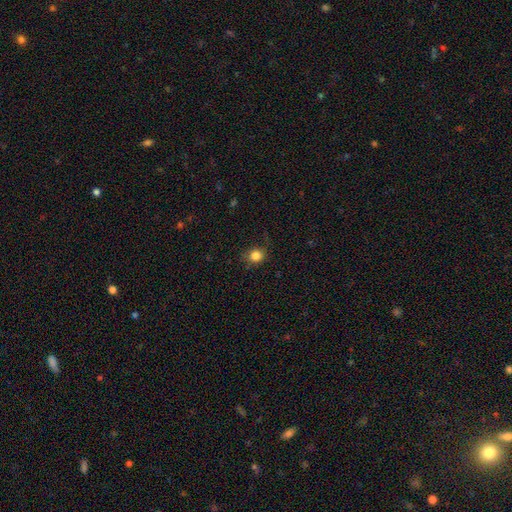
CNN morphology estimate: Overall: smooth (83%). How rounded: round (78%). Merging: none (78%).